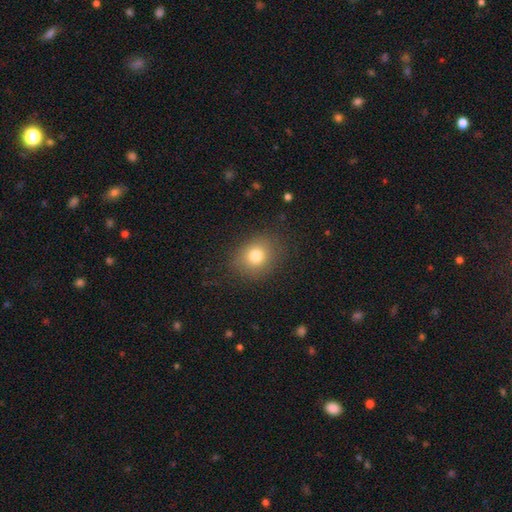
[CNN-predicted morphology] Q: Smooth or featured?
A: smooth (78%); runner-up: star or artifact (12%)
Q: How rounded?
A: round (61%); runner-up: in between (38%)
Q: Merging?
A: none (83%); runner-up: minor disturbance (12%)